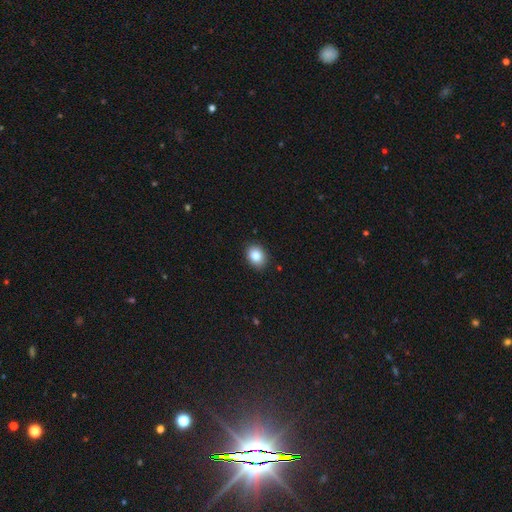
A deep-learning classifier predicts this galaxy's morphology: A smooth galaxy with no disk features (85%) that is in between round and cigar-shaped (57%).

Vote fractions:
- Smooth or featured? smooth: 85% / star or artifact: 9% / featured or disk: 7%
- How rounded? in between: 57% / round: 42% / cigar-shaped: 1%
- Merging? none: 89% / minor disturbance: 8% / major disturbance: 2% / merger: 1%